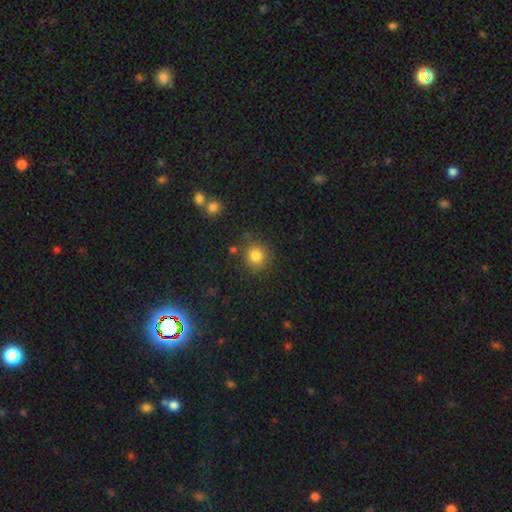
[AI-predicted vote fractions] Smooth or featured?
  - smooth: 83% *
  - star or artifact: 12%
  - featured or disk: 5%
How rounded?
  - round: 90% *
  - in between: 9%
  - cigar-shaped: 1%
Merging?
  - none: 83% *
  - minor disturbance: 10%
  - merger: 4%
  - major disturbance: 3%